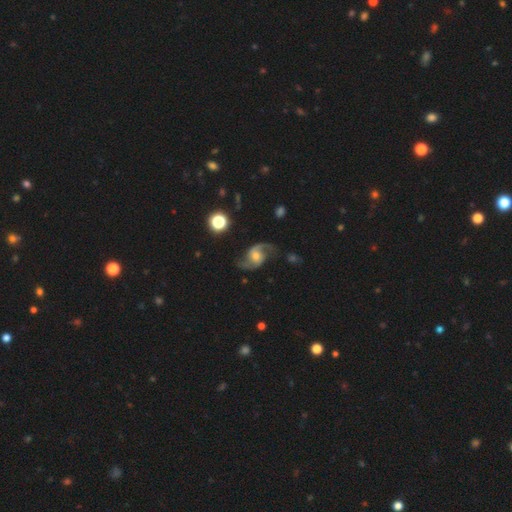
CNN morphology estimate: Smooth or featured? Predicted: featured or disk (p=0.87). Edge-on disk? Predicted: no (p=0.98). Bar? Predicted: no (p=0.54). Spiral arms? Predicted: yes (p=0.97). Spiral winding? Predicted: loose (p=0.60). Spiral arm count? Predicted: 2 (p=0.92). Bulge size? Predicted: moderate (p=0.54). Merging? Predicted: none (p=0.71).